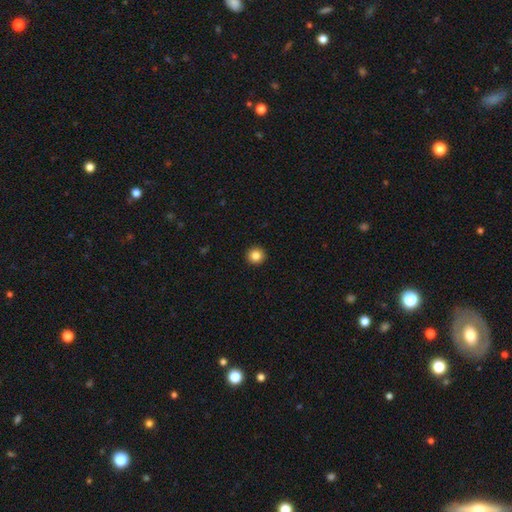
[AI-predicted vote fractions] This is clearly a smooth galaxy (84%). How rounded: clearly round (95%). Merging: clearly none (94%).